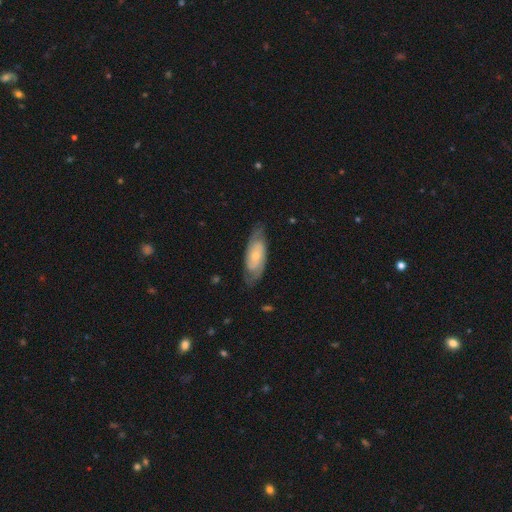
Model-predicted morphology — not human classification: A featured or disk galaxy (72%) with no bar (66%), 2 (73%) tight (48%) spiral arms (91%) and a small central bulge (66%).

Vote fractions:
- Smooth or featured? featured or disk: 72% / smooth: 23% / star or artifact: 5%
- Edge-on disk? no: 91% / yes: 9%
- Bar? no: 66% / weak: 27% / strong: 7%
- Spiral arms? yes: 91% / no: 9%
- Spiral winding? tight: 48% / medium: 39% / loose: 13%
- Spiral arm count? 2: 73% / can't tell: 17% / 3: 5% / 1: 2% / 4: 2% / more than 4: 1%
- Bulge size? small: 66% / moderate: 28% / none: 3% / large: 2% / dominant: 1%
- Merging? none: 74% / minor disturbance: 19% / major disturbance: 6% / merger: 1%